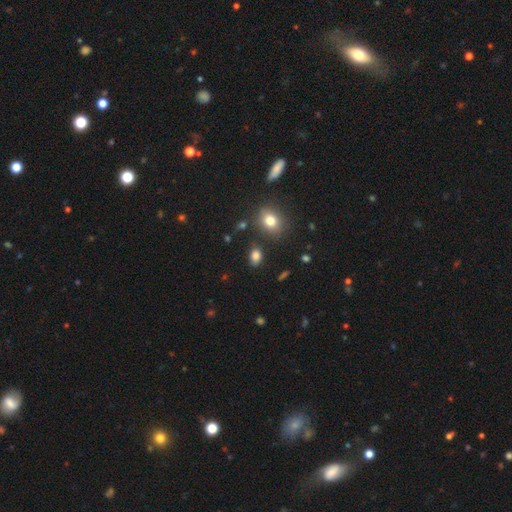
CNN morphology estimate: type=smooth (83%); roundness=in between (79%); merging=none (81%).